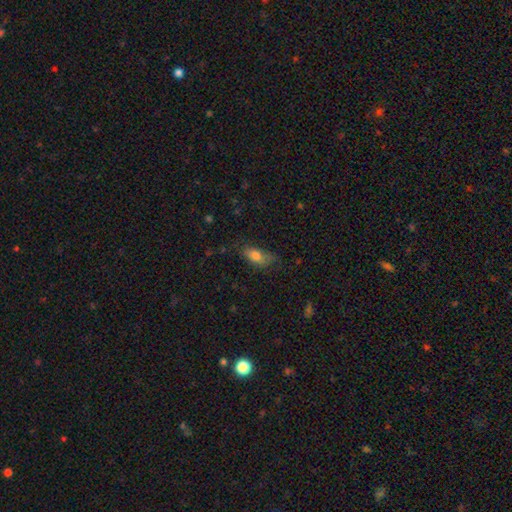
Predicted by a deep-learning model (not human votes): Smooth or featured?
  - smooth: 76% *
  - featured or disk: 15%
  - star or artifact: 9%
How rounded?
  - in between: 82% *
  - cigar-shaped: 13%
  - round: 5%
Merging?
  - none: 61% *
  - minor disturbance: 27%
  - major disturbance: 10%
  - merger: 2%